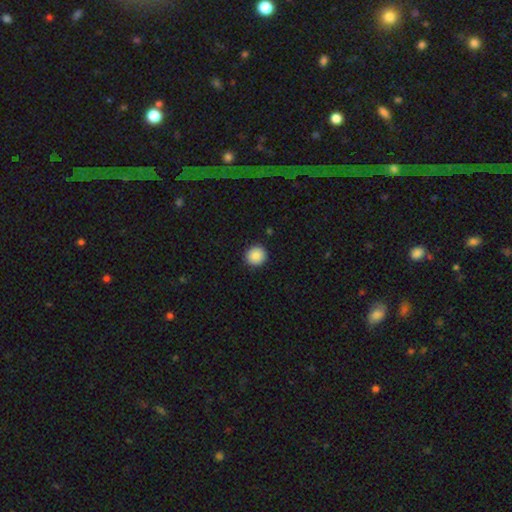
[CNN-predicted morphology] type=smooth (89%); roundness=round (92%); merging=none (92%).